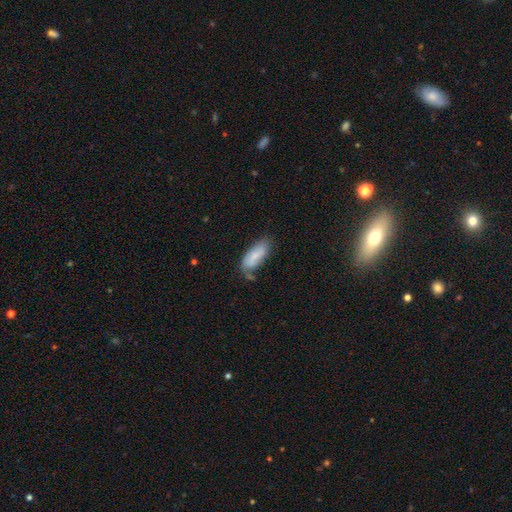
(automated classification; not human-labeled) Overall: smooth (72%). How rounded: in between (79%). Merging: none (51%; minor disturbance 31%).